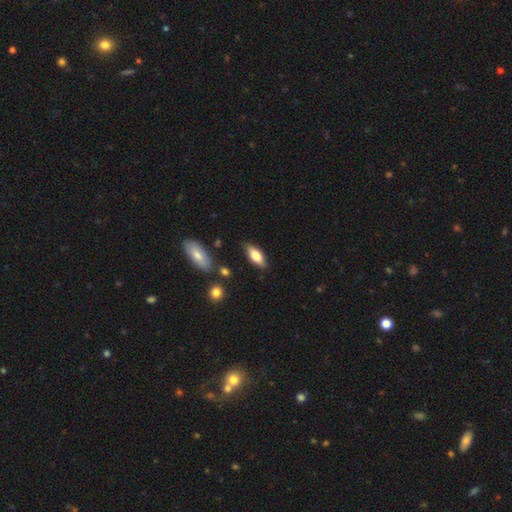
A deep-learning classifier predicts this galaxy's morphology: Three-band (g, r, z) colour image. It shows a smooth galaxy with no disk features (71%) that is in between round and cigar-shaped (76%). Merging: none (80%).